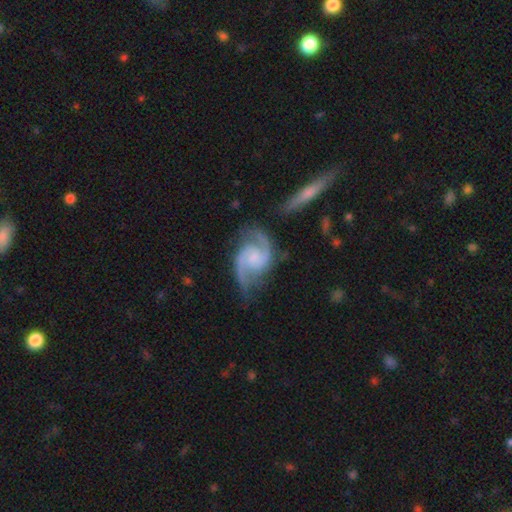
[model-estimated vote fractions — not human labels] featured or disk 92%, smooth 4%, star or artifact 4%. Down the decision tree: edge-on disk — no (98%); bar — no (52%); spiral arms — yes (98%); spiral arm count — 2 (91%); spiral winding — medium (60%); bulge size — small (49%); merging — none (70%).